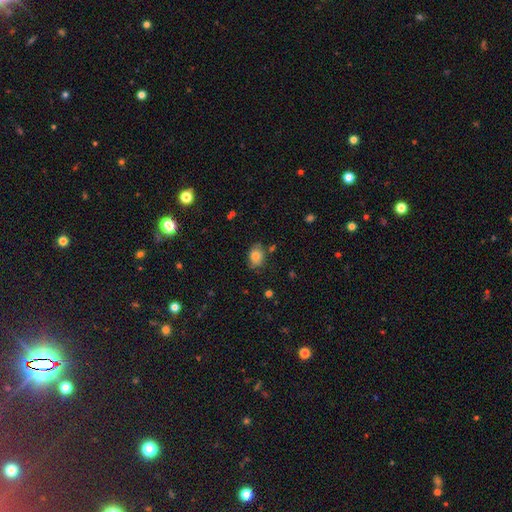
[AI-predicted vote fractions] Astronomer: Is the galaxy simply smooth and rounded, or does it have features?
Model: smooth — 79%.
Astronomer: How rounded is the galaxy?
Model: in between — 71%.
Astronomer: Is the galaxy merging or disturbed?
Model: none — 74%.